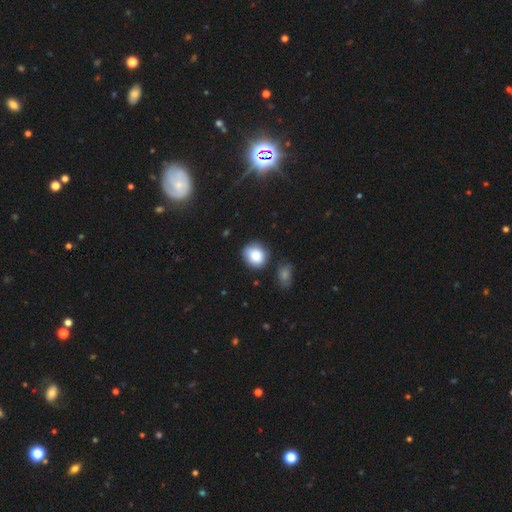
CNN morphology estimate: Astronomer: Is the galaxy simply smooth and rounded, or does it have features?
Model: smooth — 85%.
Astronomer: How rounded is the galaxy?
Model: round — 75%.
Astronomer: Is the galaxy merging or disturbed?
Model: none — 71%.